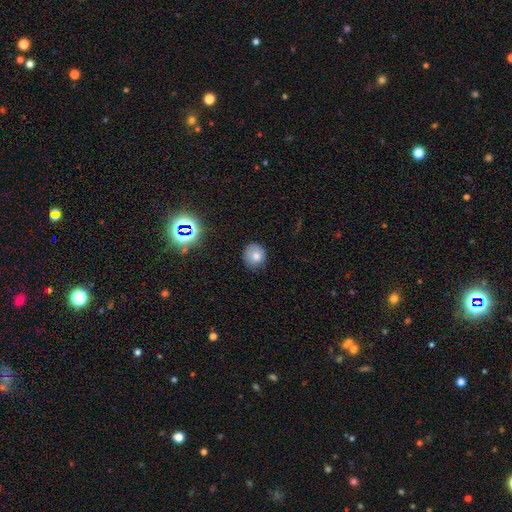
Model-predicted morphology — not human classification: smooth-or-featured: smooth: 76% | star or artifact: 14% | featured or disk: 9%
  how-rounded: round: 84% | in between: 15% | cigar-shaped: 1%
  merging: none: 80% | minor disturbance: 16% | major disturbance: 3% | merger: 1%